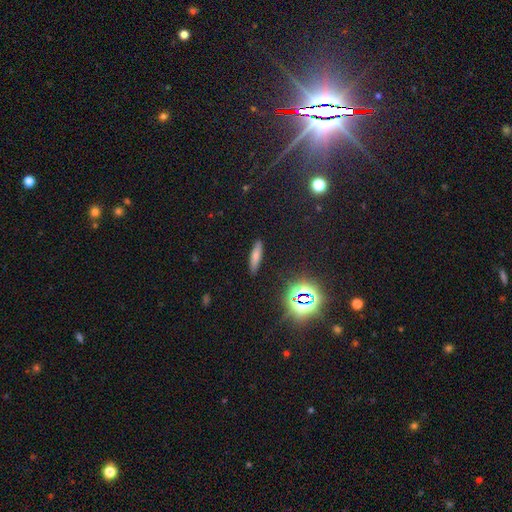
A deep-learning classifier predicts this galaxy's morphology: A smooth galaxy with no disk features (68%) that is cigar-shaped (77%).

Vote fractions:
- Smooth or featured? smooth: 68% / star or artifact: 17% / featured or disk: 15%
- How rounded? cigar-shaped: 77% / in between: 20% / round: 3%
- Merging? none: 87% / minor disturbance: 9% / major disturbance: 2% / merger: 2%